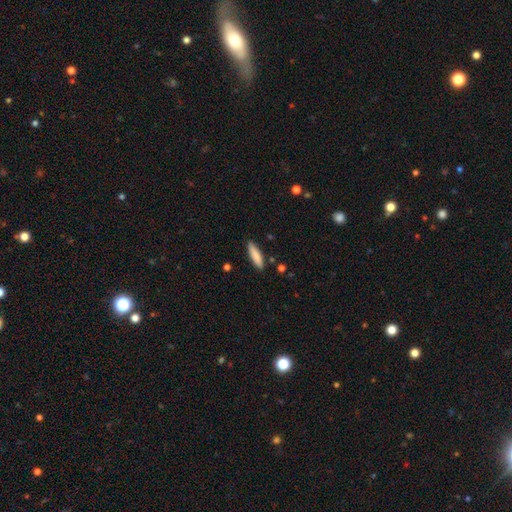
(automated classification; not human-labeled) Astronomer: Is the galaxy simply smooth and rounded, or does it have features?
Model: smooth — 85%.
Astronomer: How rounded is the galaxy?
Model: cigar-shaped — 68%.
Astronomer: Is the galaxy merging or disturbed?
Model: none — 86%.